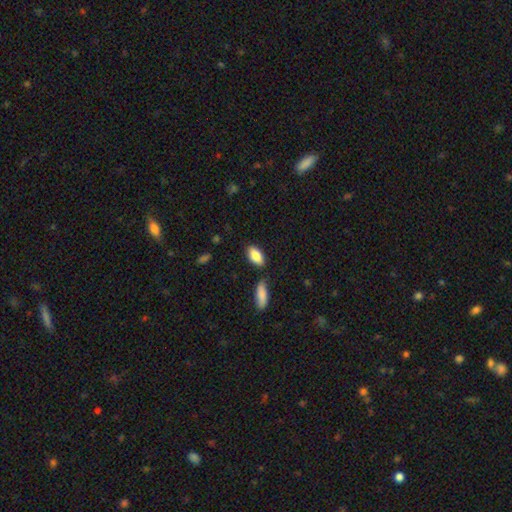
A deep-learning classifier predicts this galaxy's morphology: smooth 86%, featured or disk 8%, star or artifact 6%. Down the decision tree: how rounded — in between (89%); merging — none (78%).